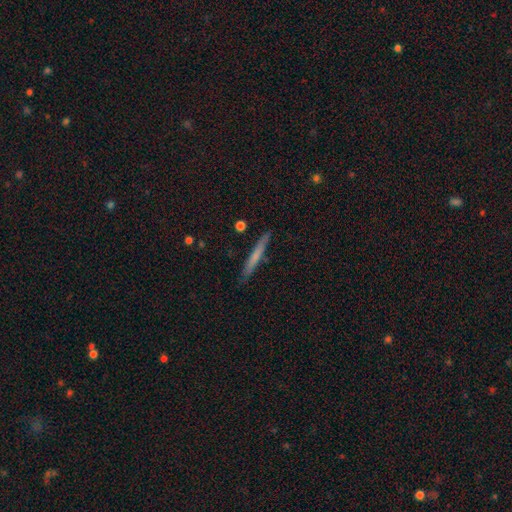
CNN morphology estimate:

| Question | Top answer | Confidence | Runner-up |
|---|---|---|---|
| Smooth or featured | smooth | 60% | featured or disk (34%) |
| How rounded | cigar-shaped | 96% | in between (2%) |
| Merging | none | 88% | minor disturbance (9%) |